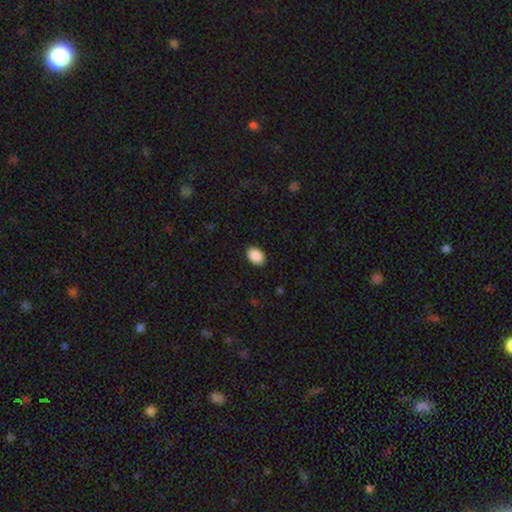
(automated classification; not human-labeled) smooth 90%, star or artifact 7%, featured or disk 3%. Down the decision tree: how rounded — in between (80%); merging — none (89%).